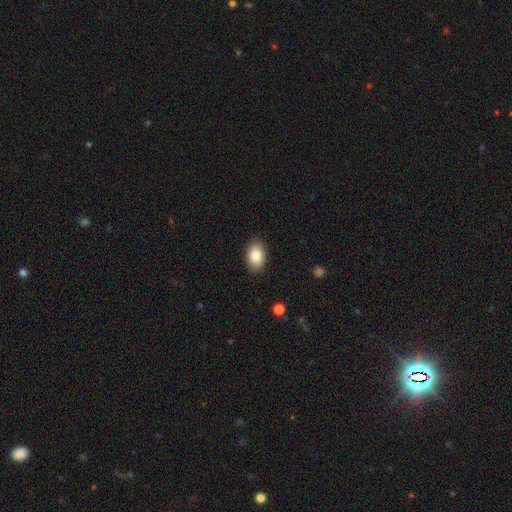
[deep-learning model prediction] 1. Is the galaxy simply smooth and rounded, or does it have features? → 86% smooth, 7% star or artifact, 6% featured or disk.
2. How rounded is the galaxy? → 90% in between, 9% round, 1% cigar-shaped.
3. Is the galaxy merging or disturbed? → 87% none, 9% minor disturbance, 2% major disturbance, 1% merger.